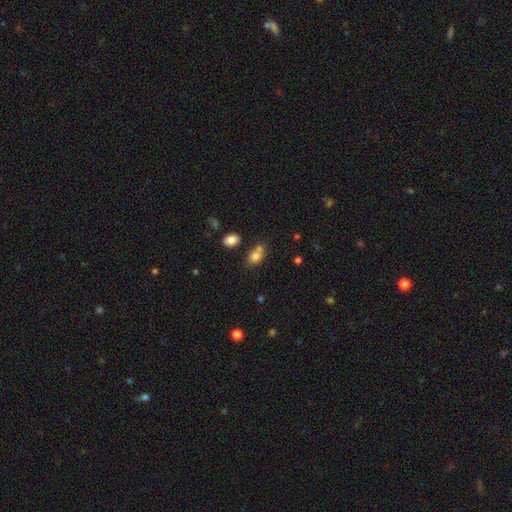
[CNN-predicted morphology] A smooth galaxy with no disk features (79%) that is in between round and cigar-shaped (70%). Merging: none (48%).